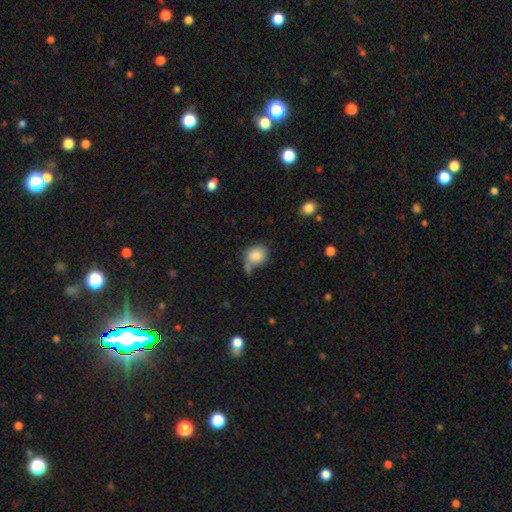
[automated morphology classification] Smooth or featured?
  - smooth: 84% *
  - star or artifact: 8%
  - featured or disk: 8%
How rounded?
  - round: 65% *
  - in between: 34%
  - cigar-shaped: 1%
Merging?
  - none: 49% *
  - minor disturbance: 24%
  - merger: 18%
  - major disturbance: 10%